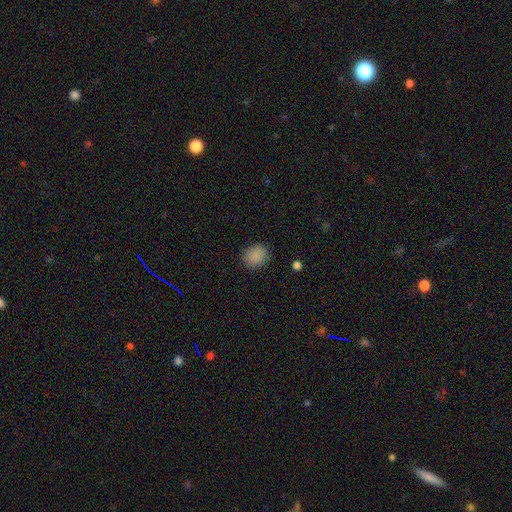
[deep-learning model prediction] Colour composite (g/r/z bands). It shows a smooth galaxy with no disk features (86%) that is round (68%). Merging: none (87%).